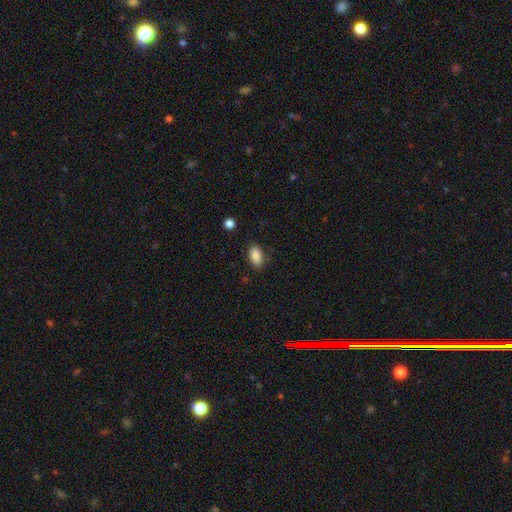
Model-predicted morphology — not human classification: A smooth galaxy with no disk features (87%) that is in between round and cigar-shaped (92%). Merging: none (84%).